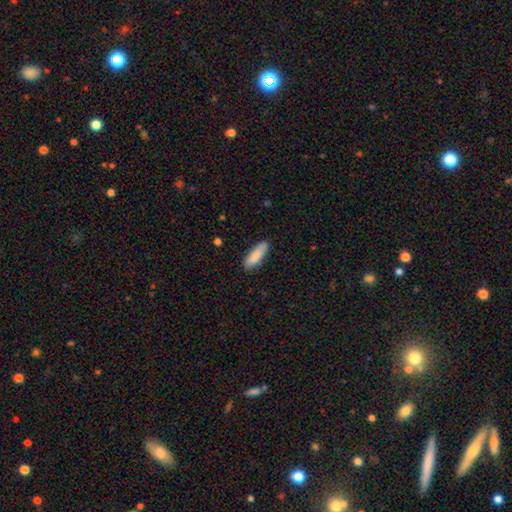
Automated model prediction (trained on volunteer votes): A smooth galaxy with no disk features (86%) that is in between round and cigar-shaped (52%). Merging: none (84%).